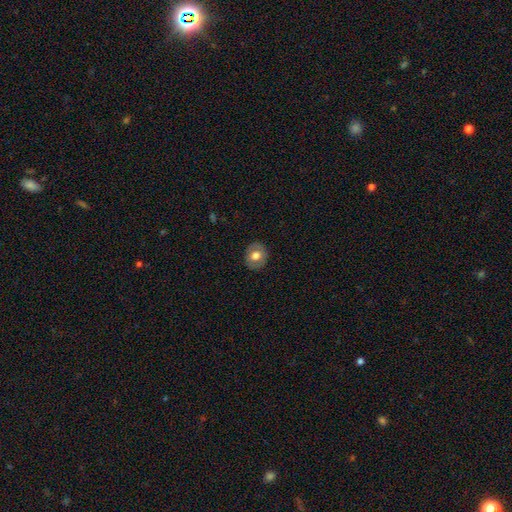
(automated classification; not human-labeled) smooth-or-featured: smooth: 66% | featured or disk: 26% | star or artifact: 8%
  how-rounded: round: 73% | in between: 26% | cigar-shaped: 1%
  merging: none: 88% | minor disturbance: 9% | major disturbance: 2% | merger: 1%